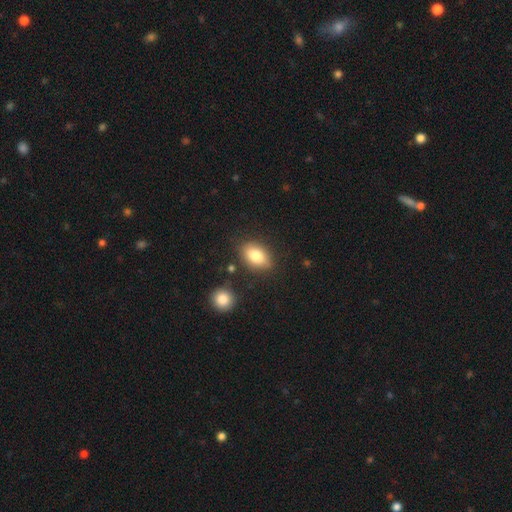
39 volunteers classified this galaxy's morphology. Q: Smooth or featured?
A: smooth (79%); runner-up: featured or disk (21%)
Q: How rounded?
A: in between (81%); runner-up: round (16%)
Q: Merging?
A: none (79%); runner-up: minor disturbance (13%)